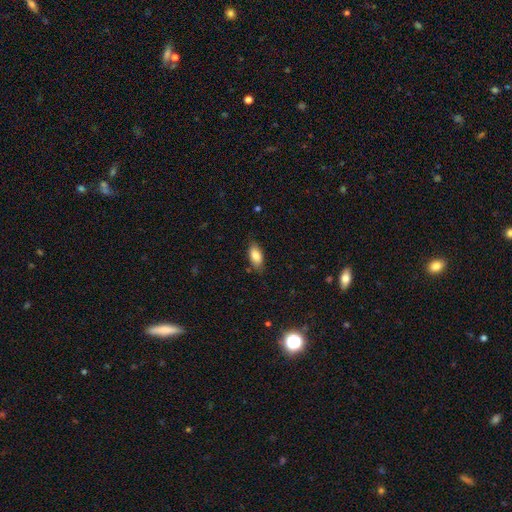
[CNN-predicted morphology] smooth-or-featured: smooth: 82% | featured or disk: 10% | star or artifact: 7%
  how-rounded: in between: 88% | cigar-shaped: 9% | round: 3%
  merging: none: 80% | minor disturbance: 16% | major disturbance: 3% | merger: 1%